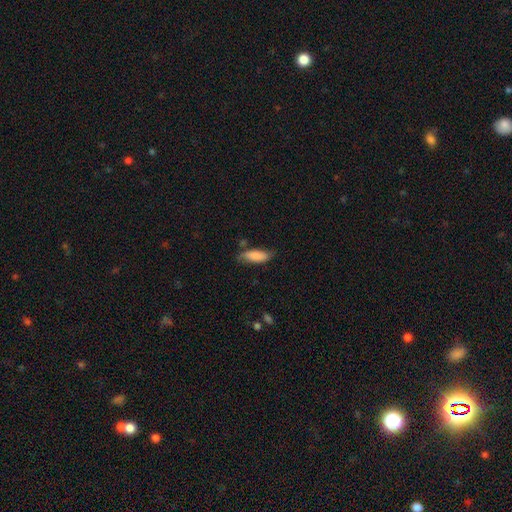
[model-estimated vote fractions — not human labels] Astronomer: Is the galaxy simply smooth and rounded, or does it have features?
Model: smooth — 84%.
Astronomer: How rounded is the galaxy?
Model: in between — 65%.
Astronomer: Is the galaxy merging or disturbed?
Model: none — 66%.